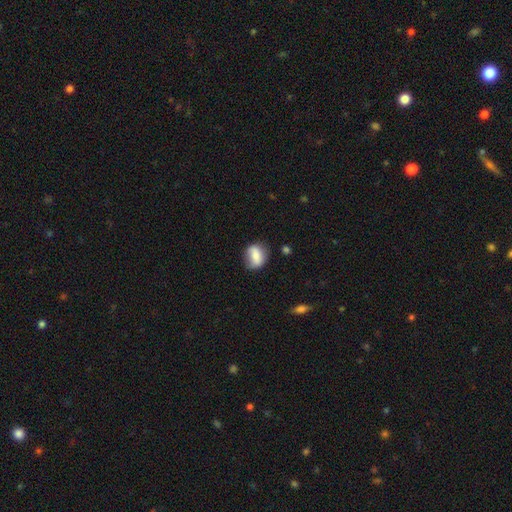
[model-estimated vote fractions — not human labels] smooth 70%, featured or disk 22%, star or artifact 8%. Down the decision tree: how rounded — in between (54%); merging — none (68%).